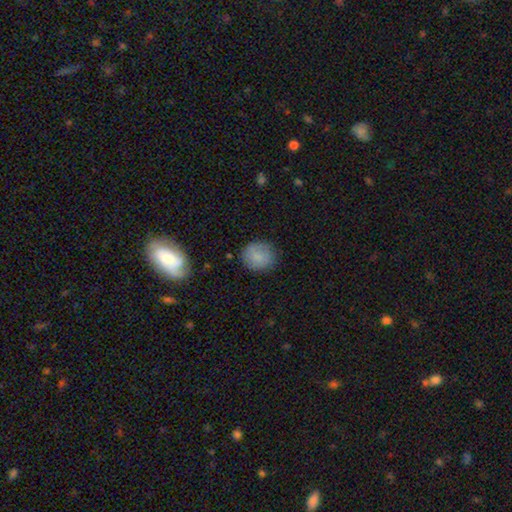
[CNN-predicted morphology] Smooth or featured?
  - smooth: 82% *
  - featured or disk: 9%
  - star or artifact: 9%
How rounded?
  - round: 82% *
  - in between: 17%
  - cigar-shaped: 1%
Merging?
  - none: 80% *
  - minor disturbance: 14%
  - major disturbance: 4%
  - merger: 2%